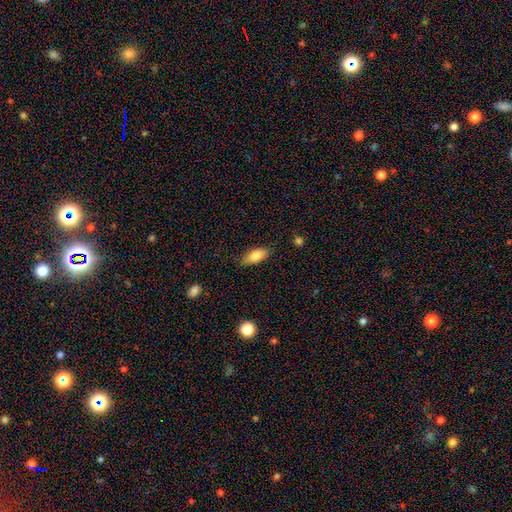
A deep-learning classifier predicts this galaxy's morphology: The model was most divided on "merging": none: 78%, minor disturbance: 17%, major disturbance: 3%, merger: 1%. More confident: how rounded — in between (85%); smooth or featured — smooth (82%).